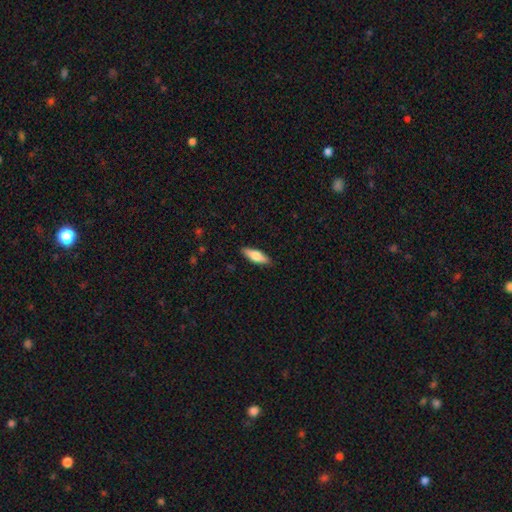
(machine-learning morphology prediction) This appears to be a smooth galaxy with no disk features (73%) that is in between round and cigar-shaped (56%). Merging: none (88%).